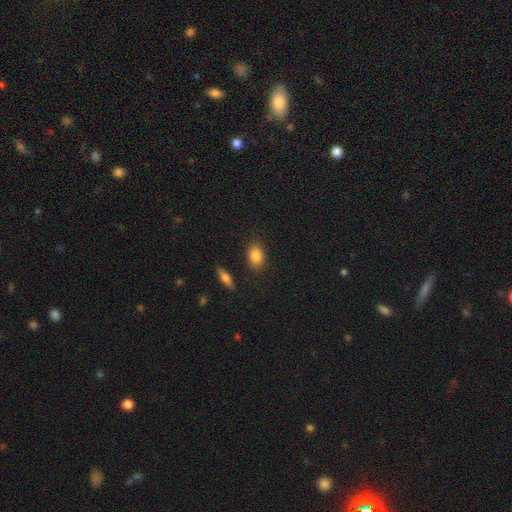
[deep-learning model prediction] This is clearly a smooth galaxy (84%). How rounded: clearly in between (81%). Merging: clearly none (85%).